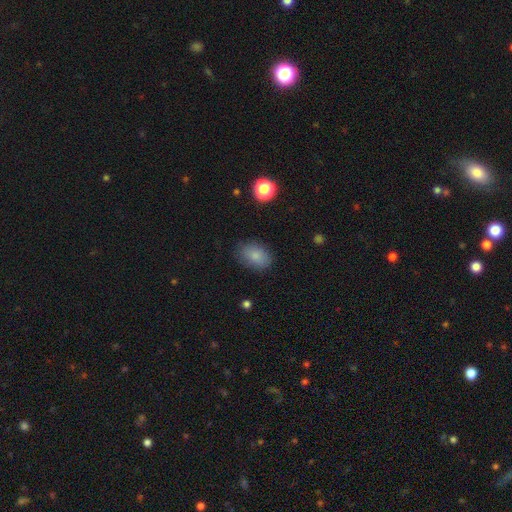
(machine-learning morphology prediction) Smooth or featured? Predicted: smooth (p=0.83). How rounded? Predicted: in between (p=0.82). Merging? Predicted: none (p=0.81).